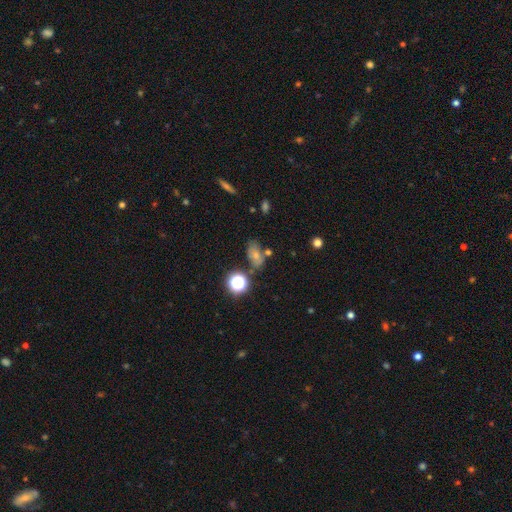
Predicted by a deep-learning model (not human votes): smooth_or_featured: smooth (p=0.63) [alt: star or artifact p=0.21]
how_rounded: in between (p=0.77) [alt: round p=0.19]
merging: none (p=0.59) [alt: minor disturbance p=0.21]